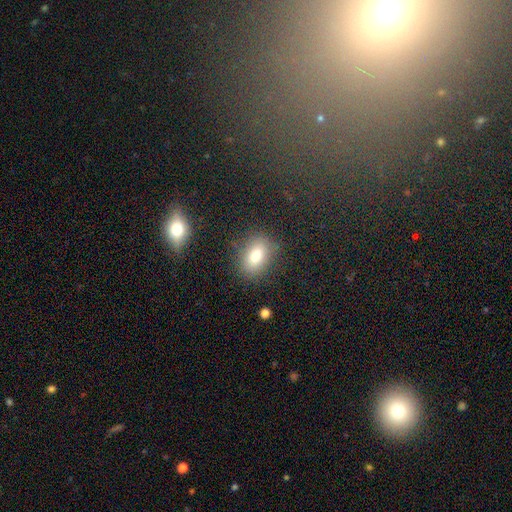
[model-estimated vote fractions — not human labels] Morphology: type=smooth (79%); roundness=in between (79%); merging=none (82%).